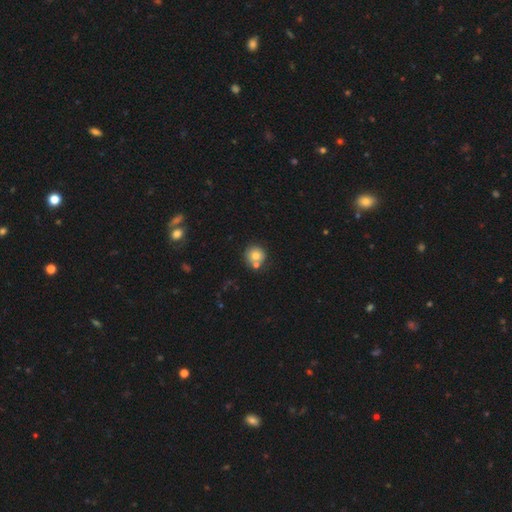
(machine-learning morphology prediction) Smooth or featured? Predicted: smooth (p=0.75). How rounded? Predicted: round (p=0.92). Merging? Predicted: none (p=0.63).